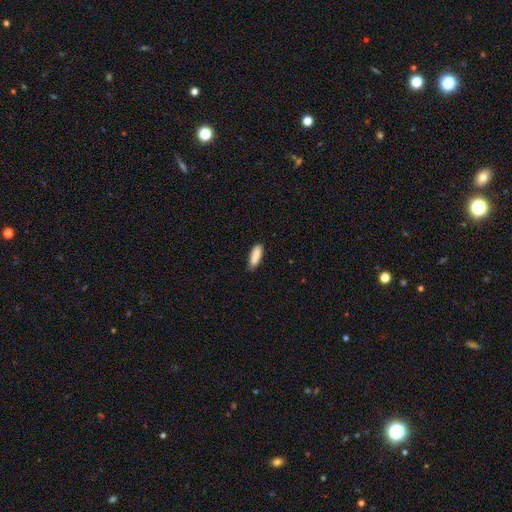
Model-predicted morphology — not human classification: Overall: smooth (88%). How rounded: in between (57%; cigar-shaped 41%). Merging: none (79%).